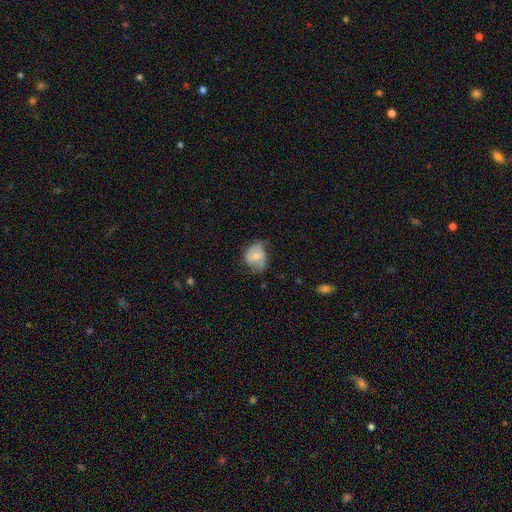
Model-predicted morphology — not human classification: smooth_or_featured: smooth (p=0.51) [alt: featured or disk p=0.42]
how_rounded: in between (p=0.57) [alt: round p=0.42]
merging: none (p=0.46) [alt: minor disturbance p=0.36]